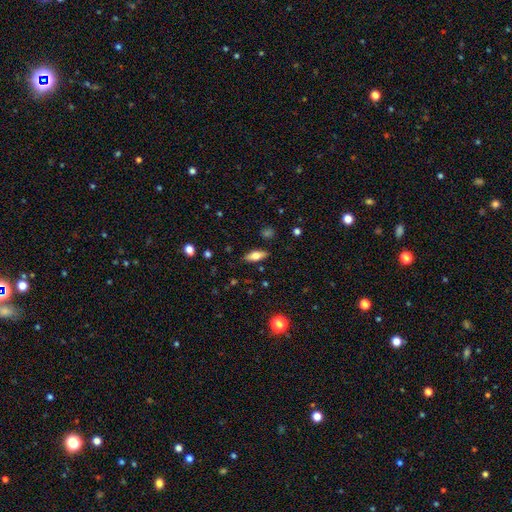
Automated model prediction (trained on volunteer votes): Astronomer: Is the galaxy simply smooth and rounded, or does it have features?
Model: smooth — 62%.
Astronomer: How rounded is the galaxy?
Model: in between — 74%.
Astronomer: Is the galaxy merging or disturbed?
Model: none — 85%.